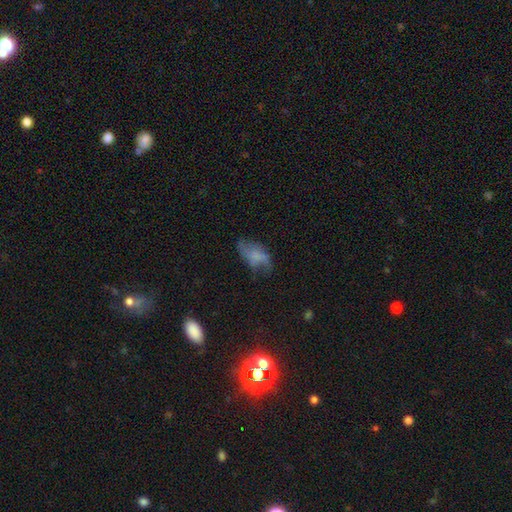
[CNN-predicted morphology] smooth 47%, featured or disk 41%, star or artifact 11%. Down the decision tree: merging — none (47%).